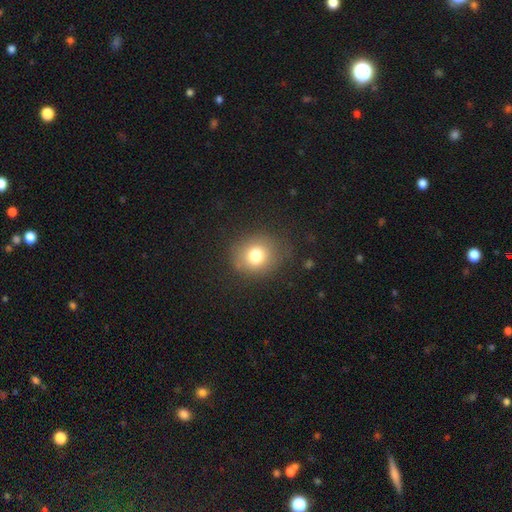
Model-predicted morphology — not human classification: Q: Smooth or featured?
A: smooth (76%); runner-up: star or artifact (13%)
Q: How rounded?
A: round (80%); runner-up: in between (19%)
Q: Merging?
A: none (81%); runner-up: minor disturbance (12%)